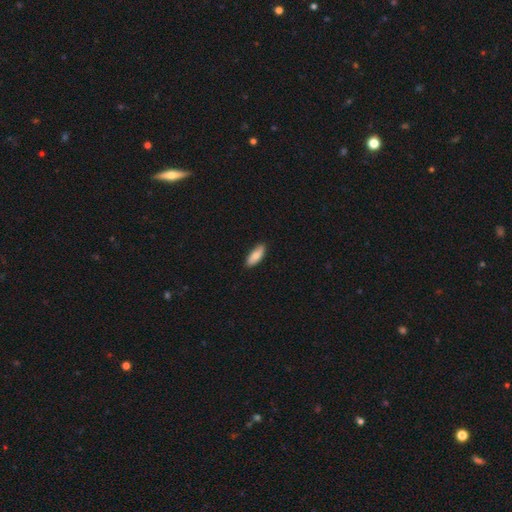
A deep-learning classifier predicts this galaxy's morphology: Q: Smooth or featured?
A: smooth (81%); runner-up: featured or disk (14%)
Q: How rounded?
A: in between (72%); runner-up: cigar-shaped (26%)
Q: Merging?
A: none (88%); runner-up: minor disturbance (10%)